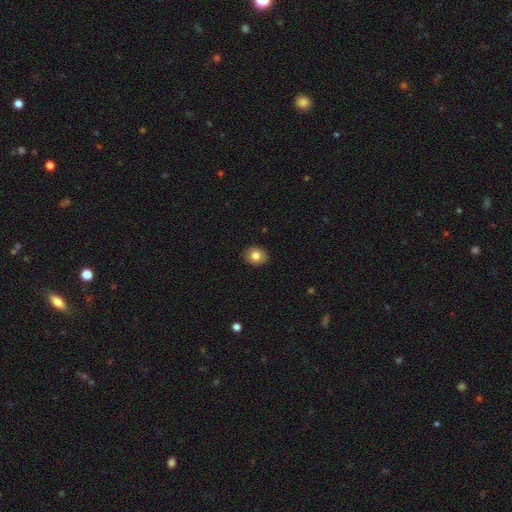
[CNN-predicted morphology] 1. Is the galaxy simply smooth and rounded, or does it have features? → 81% smooth, 10% featured or disk, 8% star or artifact.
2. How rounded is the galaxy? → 57% round, 42% in between, 1% cigar-shaped.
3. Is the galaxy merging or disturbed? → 90% none, 8% minor disturbance, 2% major disturbance, 1% merger.